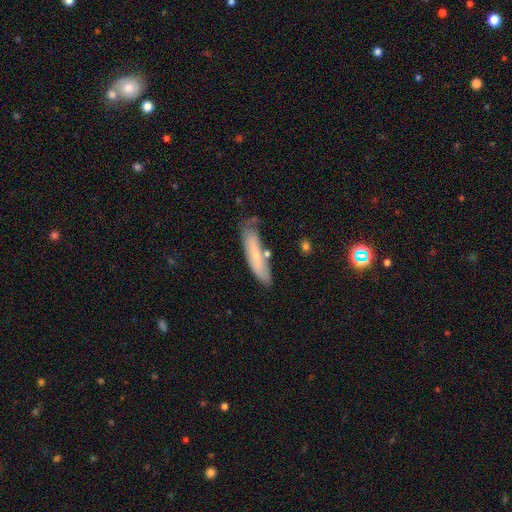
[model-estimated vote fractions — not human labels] A smooth galaxy with no disk features (61%) that is cigar-shaped (78%).

Vote fractions:
- Smooth or featured? smooth: 61% / featured or disk: 32% / star or artifact: 8%
- How rounded? cigar-shaped: 78% / in between: 20% / round: 2%
- Merging? none: 63% / minor disturbance: 23% / merger: 8% / major disturbance: 6%